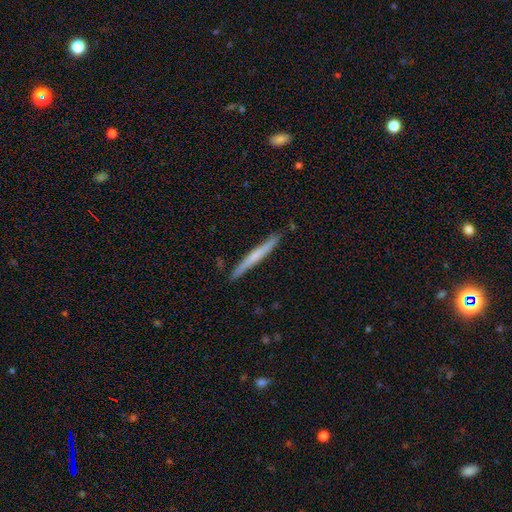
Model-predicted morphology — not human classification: Q: Smooth or featured?
A: smooth (49%); runner-up: featured or disk (46%)
Q: Merging?
A: none (89%); runner-up: minor disturbance (8%)